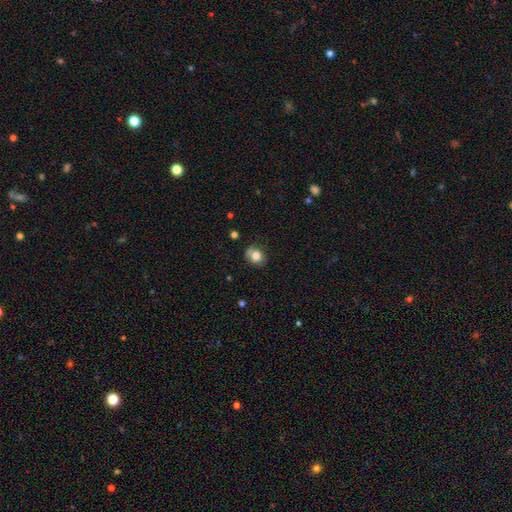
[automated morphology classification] Smooth or featured?
  - smooth: 78% *
  - featured or disk: 11%
  - star or artifact: 11%
How rounded?
  - round: 70% *
  - in between: 29%
  - cigar-shaped: 1%
Merging?
  - none: 64% *
  - minor disturbance: 23%
  - merger: 7%
  - major disturbance: 6%